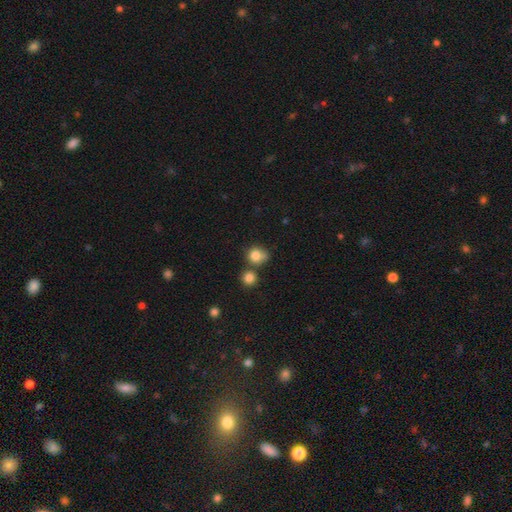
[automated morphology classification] Smooth or featured? smooth (82%)
How rounded? round (82%)
Merging? none (55%)